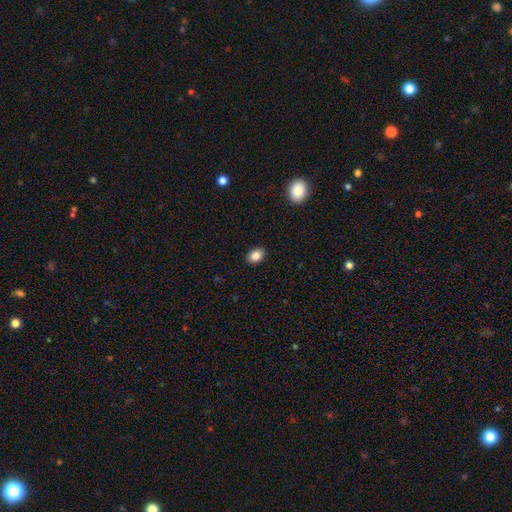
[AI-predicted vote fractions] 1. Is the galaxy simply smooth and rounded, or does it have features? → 85% smooth, 9% star or artifact, 5% featured or disk.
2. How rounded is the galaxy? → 72% in between, 27% round, 1% cigar-shaped.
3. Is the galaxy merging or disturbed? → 90% none, 7% minor disturbance, 2% major disturbance, 1% merger.